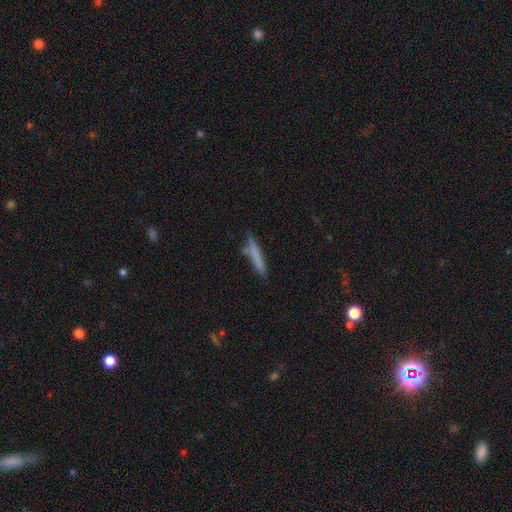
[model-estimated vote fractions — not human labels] The model was most divided on "smooth or featured": smooth: 72%, featured or disk: 21%, star or artifact: 7%. More confident: how rounded — cigar-shaped (93%); merging — none (75%).